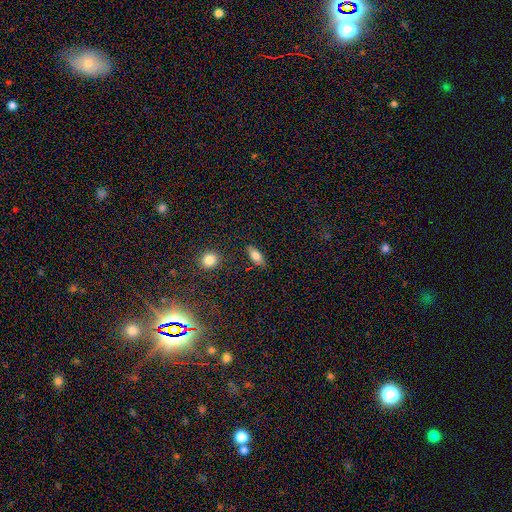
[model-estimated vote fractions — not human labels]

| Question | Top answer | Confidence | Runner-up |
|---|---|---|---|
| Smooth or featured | smooth | 73% | featured or disk (18%) |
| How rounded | in between | 77% | cigar-shaped (18%) |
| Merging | none | 80% | minor disturbance (14%) |